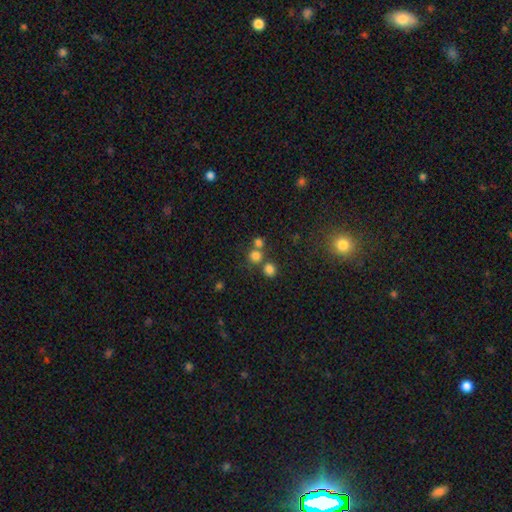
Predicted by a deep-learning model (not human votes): This appears to be a smooth galaxy with no disk features (75%) that is round (91%). Merging: none (61%).